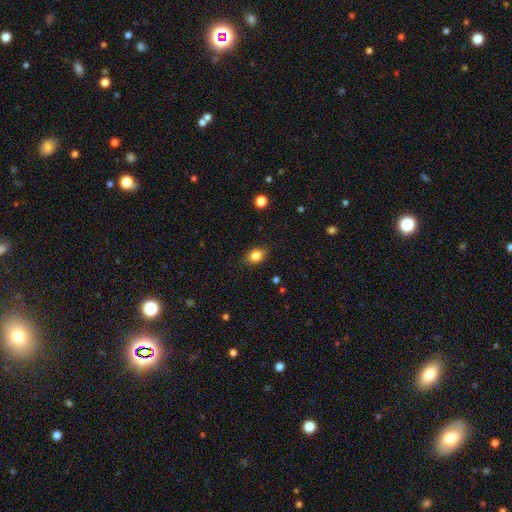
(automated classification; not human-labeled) smooth-or-featured: smooth: 84% | star or artifact: 9% | featured or disk: 7%
  how-rounded: in between: 70% | round: 29% | cigar-shaped: 1%
  merging: none: 85% | minor disturbance: 11% | major disturbance: 3% | merger: 1%